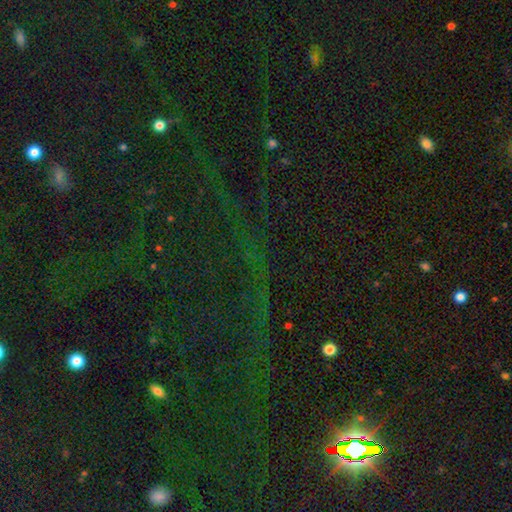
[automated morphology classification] Smooth or featured? star or artifact (80%)